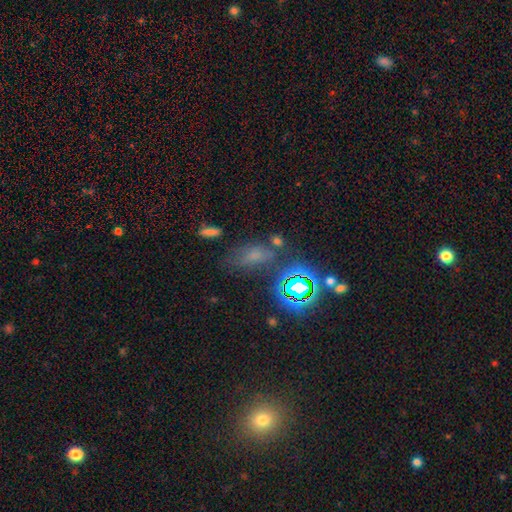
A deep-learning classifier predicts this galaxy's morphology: Smooth or featured? smooth (50%)
How rounded? in between (77%)
Merging? none (59%)